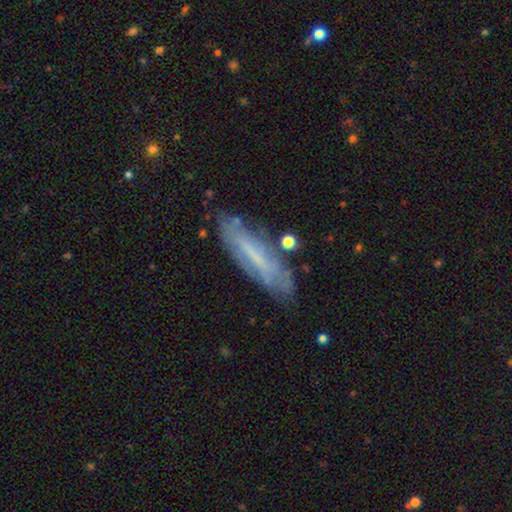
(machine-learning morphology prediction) The model was most divided on "edge-on disk": no: 52%, yes: 48%. More confident: merging — none (73%); smooth or featured — featured or disk (52%).